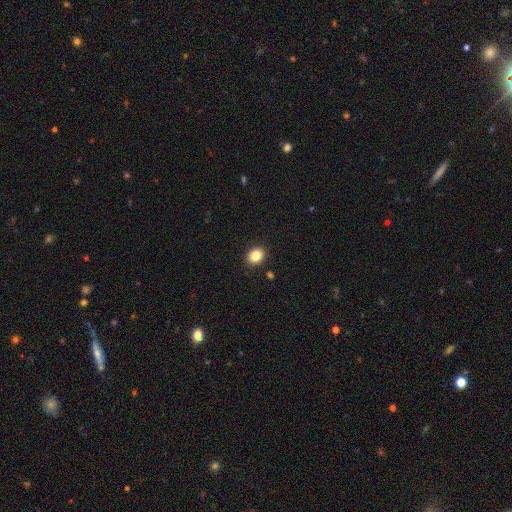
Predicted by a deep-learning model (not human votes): smooth 85%, star or artifact 10%, featured or disk 5%. Down the decision tree: how rounded — in between (52%); merging — none (90%).